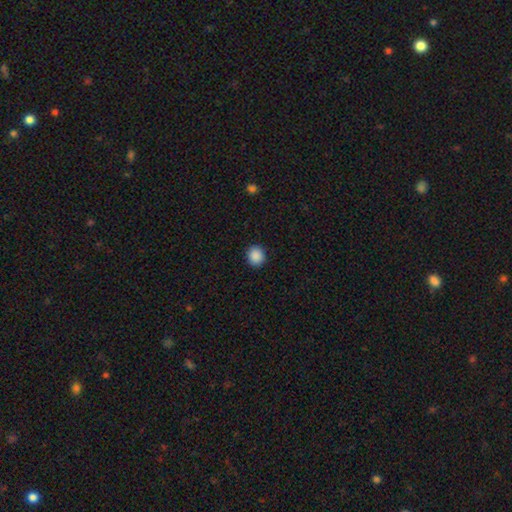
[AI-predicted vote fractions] Overall: smooth (89%). How rounded: round (85%). Merging: none (91%).